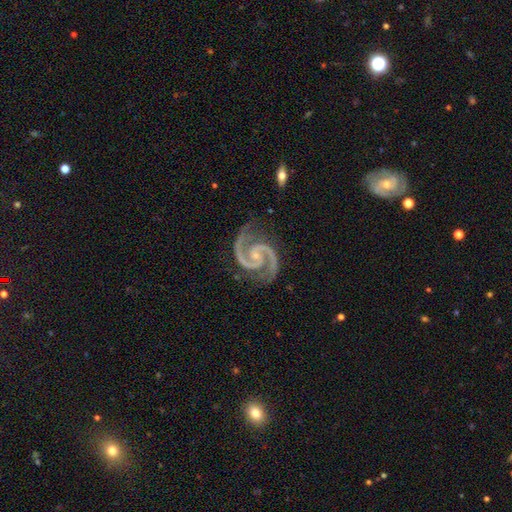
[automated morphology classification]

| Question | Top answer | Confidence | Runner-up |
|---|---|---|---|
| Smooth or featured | featured or disk | 95% | star or artifact (3%) |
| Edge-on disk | no | 99% | yes (1%) |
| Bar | no | 57% | weak (29%) |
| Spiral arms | yes | 99% | no (1%) |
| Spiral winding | medium | 62% | tight (31%) |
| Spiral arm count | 2 | 95% | 3 (1%) |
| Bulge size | small | 77% | moderate (16%) |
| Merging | none | 80% | minor disturbance (15%) |